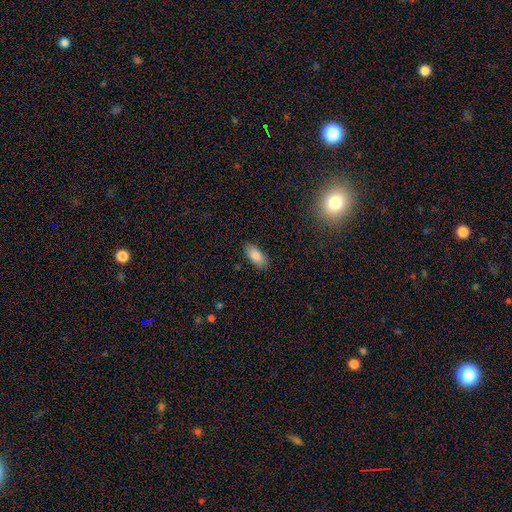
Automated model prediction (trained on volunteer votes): Q: Smooth or featured?
A: smooth (85%); runner-up: featured or disk (8%)
Q: How rounded?
A: in between (85%); runner-up: cigar-shaped (13%)
Q: Merging?
A: none (88%); runner-up: minor disturbance (9%)